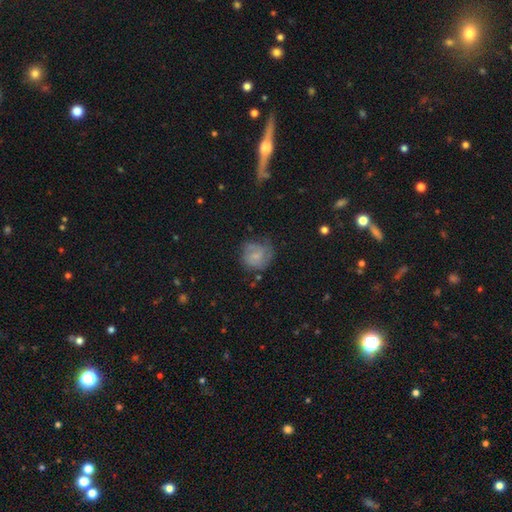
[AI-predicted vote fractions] This is possibly a smooth galaxy (48%). Merging: possibly none (54%).